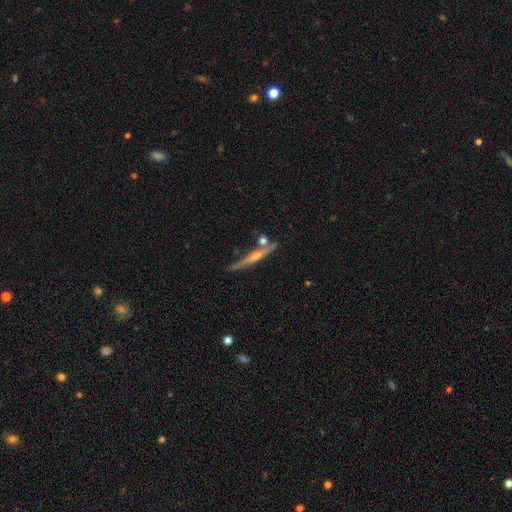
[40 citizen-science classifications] Overall: featured or disk (88%). Edge-on disk: yes (100%). Edge-on bulge: rounded (91%). Merging: none (76%).